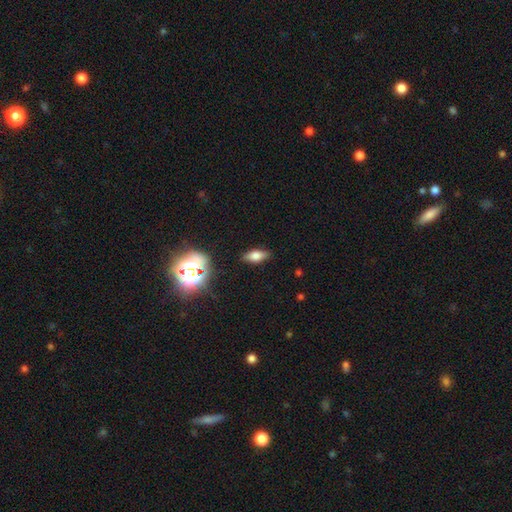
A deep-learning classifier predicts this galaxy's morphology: The model was most divided on "smooth or featured": smooth: 62%, featured or disk: 24%, star or artifact: 14%. More confident: merging — none (87%); how rounded — in between (75%).